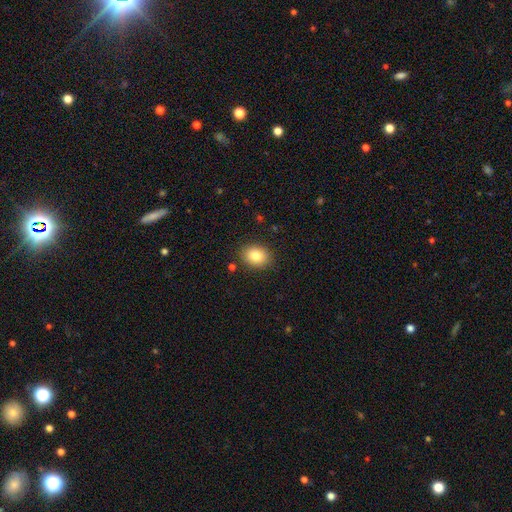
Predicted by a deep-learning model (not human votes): Q: Smooth or featured?
A: smooth (83%); runner-up: star or artifact (9%)
Q: How rounded?
A: in between (56%); runner-up: round (44%)
Q: Merging?
A: none (86%); runner-up: minor disturbance (9%)